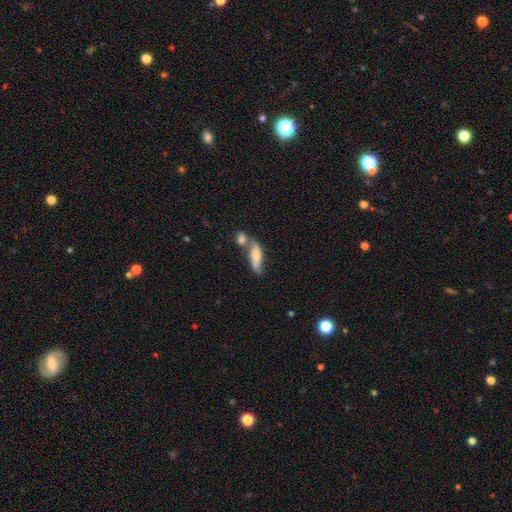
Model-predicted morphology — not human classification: Q: Smooth or featured?
A: smooth (66%); runner-up: featured or disk (27%)
Q: How rounded?
A: cigar-shaped (49%); runner-up: in between (48%)
Q: Merging?
A: merger (46%); runner-up: none (31%)